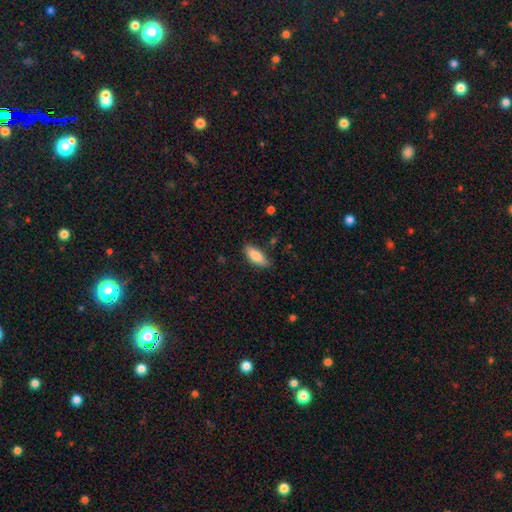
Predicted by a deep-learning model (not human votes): smooth_or_featured: smooth (p=0.83) [alt: featured or disk p=0.11]
how_rounded: in between (p=0.76) [alt: cigar-shaped p=0.22]
merging: none (p=0.78) [alt: minor disturbance p=0.18]